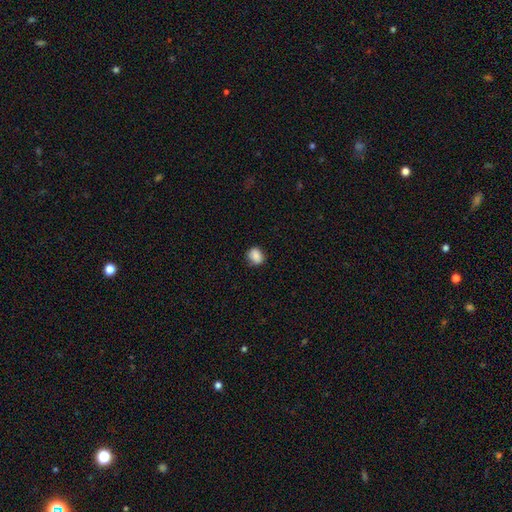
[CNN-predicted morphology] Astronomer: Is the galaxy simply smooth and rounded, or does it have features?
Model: smooth — 85%.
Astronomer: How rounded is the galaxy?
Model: round — 57% (runner-up: in between, 42%).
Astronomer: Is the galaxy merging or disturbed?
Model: none — 76%.